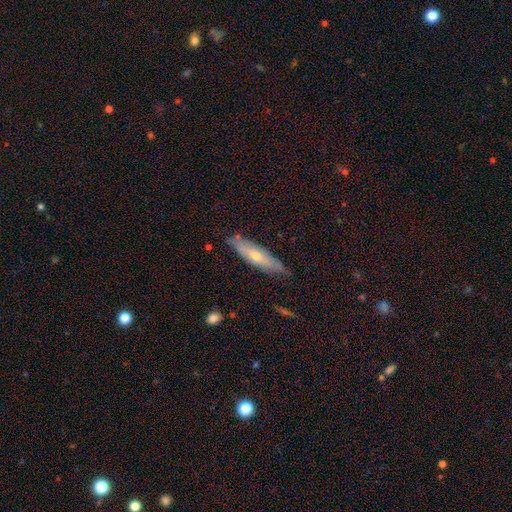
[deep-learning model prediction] Smooth or featured? Predicted: smooth (p=0.50). How rounded? Predicted: cigar-shaped (p=0.66). Merging? Predicted: none (p=0.75).